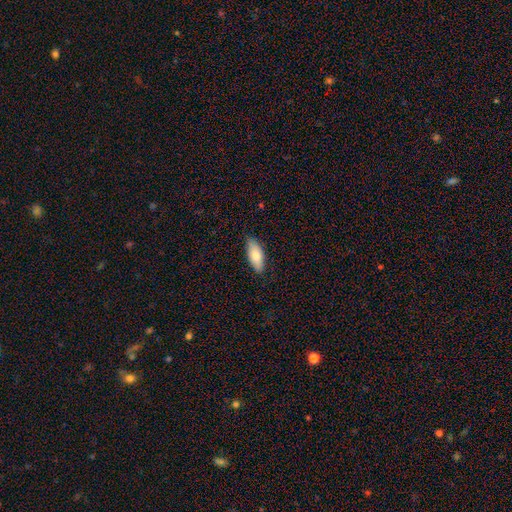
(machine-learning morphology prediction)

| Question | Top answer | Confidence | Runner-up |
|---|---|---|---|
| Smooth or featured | smooth | 78% | featured or disk (16%) |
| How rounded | in between | 78% | cigar-shaped (19%) |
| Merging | none | 85% | minor disturbance (12%) |